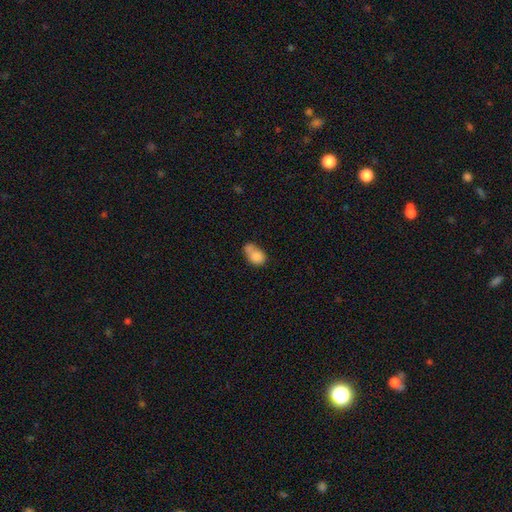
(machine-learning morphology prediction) Smooth or featured? Predicted: smooth (p=0.79). How rounded? Predicted: in between (p=0.61). Merging? Predicted: merger (p=0.52).